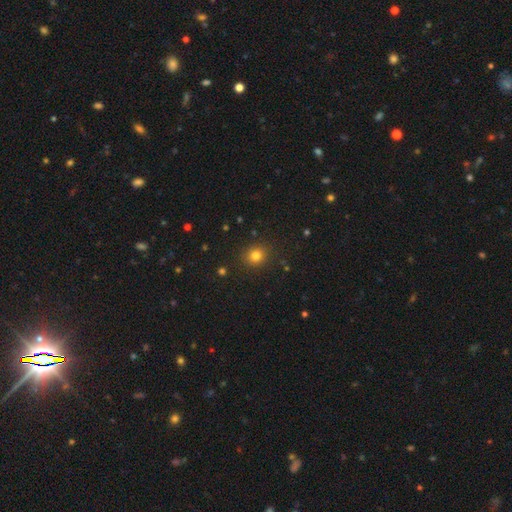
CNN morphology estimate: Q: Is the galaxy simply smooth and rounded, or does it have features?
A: smooth — 80%.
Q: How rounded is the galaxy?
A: round — 85%.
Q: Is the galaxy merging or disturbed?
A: none — 90%.